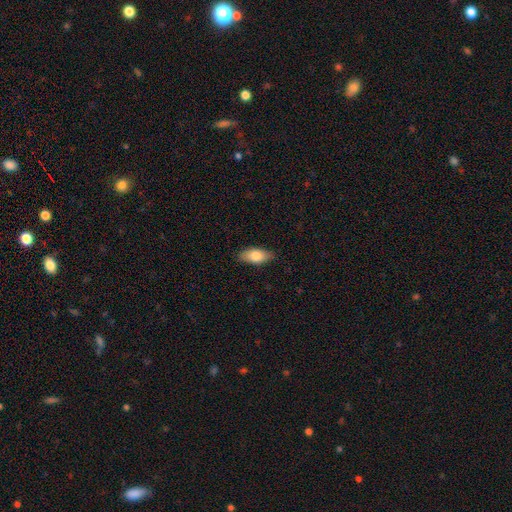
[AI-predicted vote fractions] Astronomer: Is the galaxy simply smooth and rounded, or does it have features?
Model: smooth — 81%.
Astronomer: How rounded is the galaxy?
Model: in between — 89%.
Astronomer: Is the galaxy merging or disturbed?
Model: none — 84%.